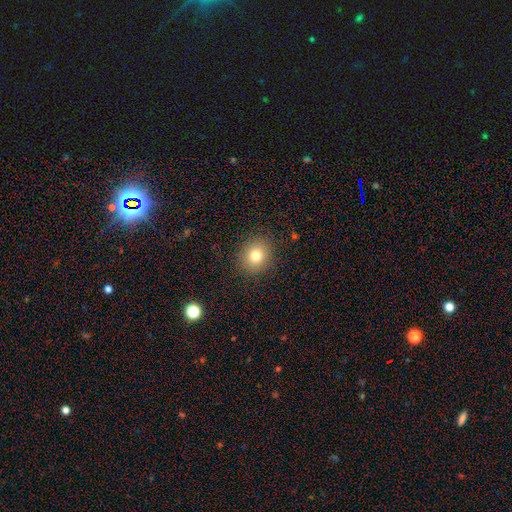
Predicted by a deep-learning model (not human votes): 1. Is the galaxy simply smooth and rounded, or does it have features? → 78% smooth, 12% star or artifact, 10% featured or disk.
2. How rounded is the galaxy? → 76% round, 23% in between, 1% cigar-shaped.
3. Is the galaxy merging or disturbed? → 88% none, 8% minor disturbance, 3% major disturbance, 1% merger.